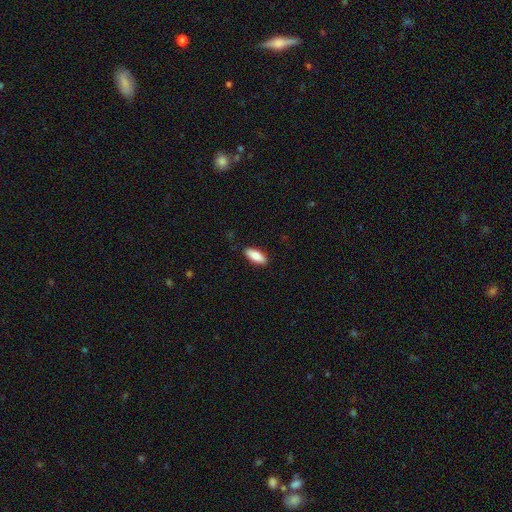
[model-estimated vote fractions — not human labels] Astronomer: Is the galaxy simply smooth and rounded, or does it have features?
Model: smooth — 83%.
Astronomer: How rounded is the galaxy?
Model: in between — 79%.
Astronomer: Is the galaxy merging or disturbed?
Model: none — 88%.